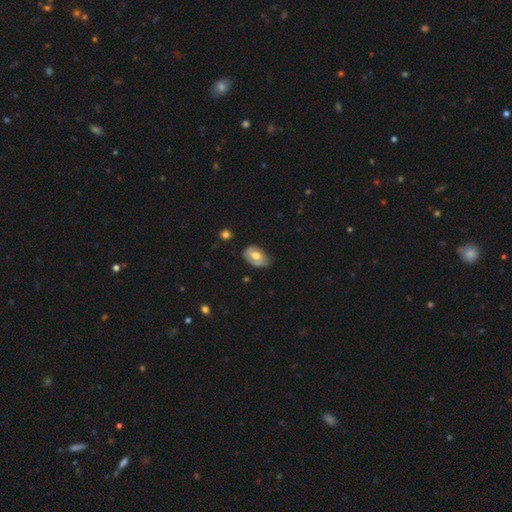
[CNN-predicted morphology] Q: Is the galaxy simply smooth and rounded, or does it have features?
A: featured or disk — 47%.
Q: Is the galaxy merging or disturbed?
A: none — 60%.